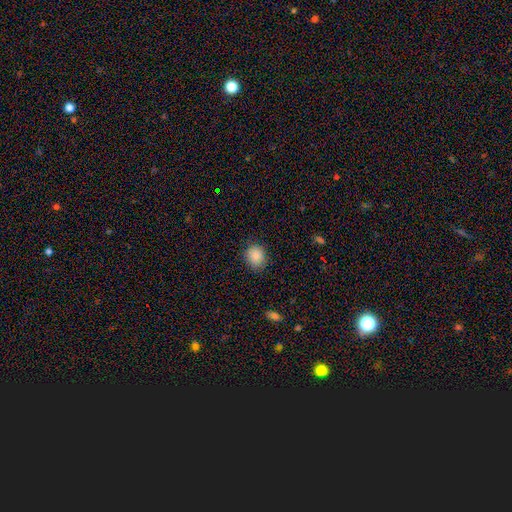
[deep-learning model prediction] Overall: smooth (88%). How rounded: round (69%; in between 30%). Merging: none (85%).